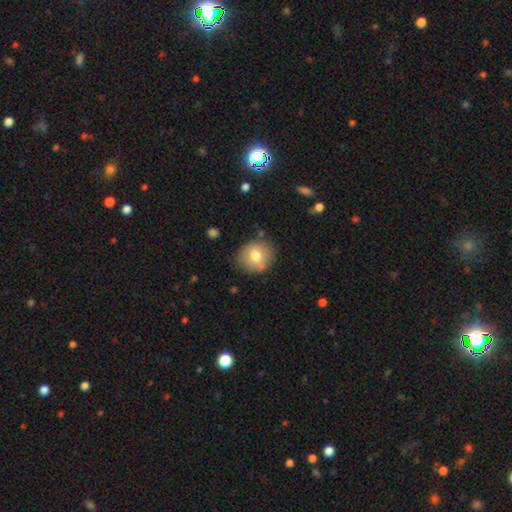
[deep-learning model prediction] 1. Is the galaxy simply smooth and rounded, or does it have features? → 72% smooth, 20% featured or disk, 8% star or artifact.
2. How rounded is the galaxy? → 80% round, 19% in between, 1% cigar-shaped.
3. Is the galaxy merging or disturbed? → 80% none, 14% minor disturbance, 3% major disturbance, 2% merger.